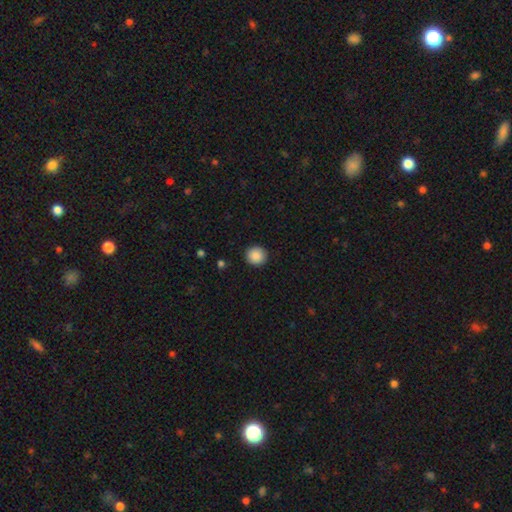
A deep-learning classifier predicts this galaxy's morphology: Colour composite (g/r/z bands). It shows a smooth galaxy with no disk features (89%) that is round (92%). Merging: none (92%).